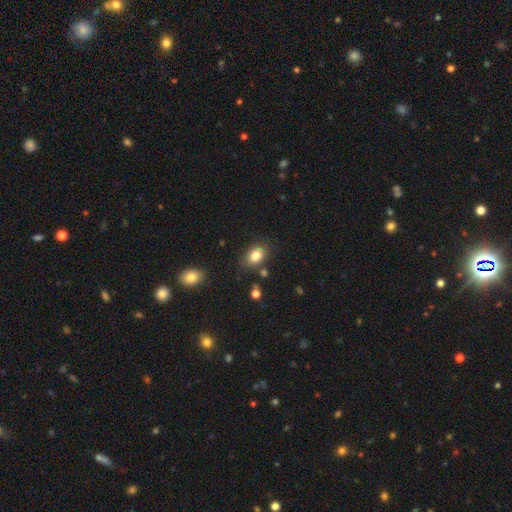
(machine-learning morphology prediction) Overall: smooth (83%). How rounded: in between (80%). Merging: none (80%).